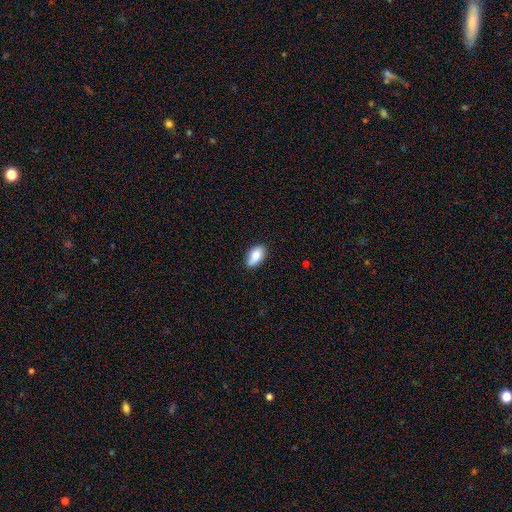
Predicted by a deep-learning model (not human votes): This appears to be a smooth galaxy with no disk features (82%) that is in between round and cigar-shaped (93%). Merging: none (85%).